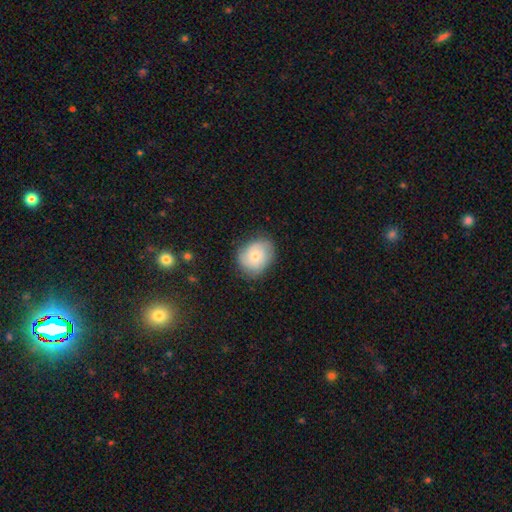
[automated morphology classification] Smooth or featured?
  - smooth: 63% *
  - featured or disk: 30%
  - star or artifact: 7%
How rounded?
  - round: 55% *
  - in between: 44%
  - cigar-shaped: 1%
Merging?
  - none: 75% *
  - minor disturbance: 19%
  - major disturbance: 5%
  - merger: 1%